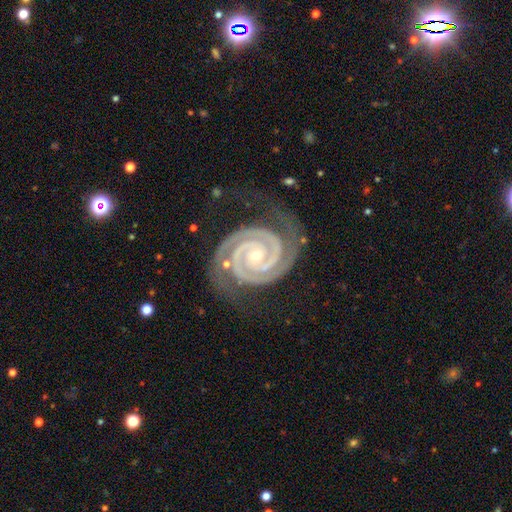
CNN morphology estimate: This is clearly a featured or disk galaxy (95%). It is clearly not viewed edge-on (98%). Bar: likely no (63%). Spiral arm pattern: clearly yes (99%). Spiral arm count: clearly 2 (90%). Spiral winding: clearly tight (86%). Central bulge: likely small (72%). Merging: likely none (75%).